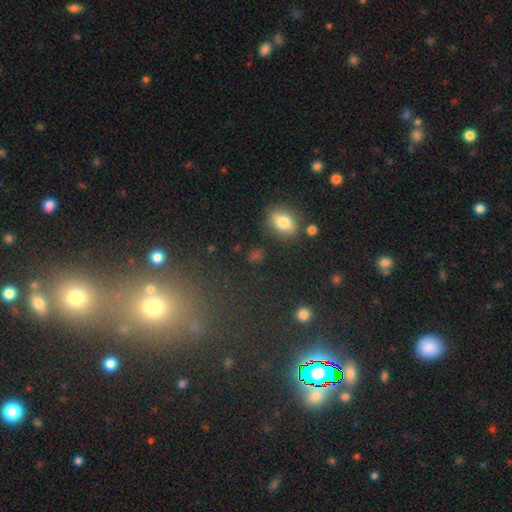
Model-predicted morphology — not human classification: Smooth or featured? smooth (71%)
How rounded? in between (58%)
Merging? none (84%)